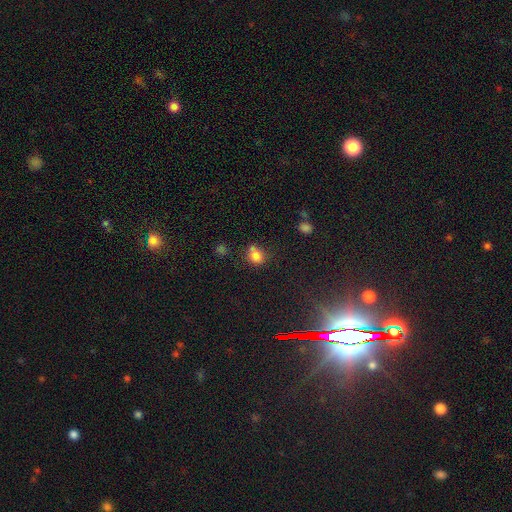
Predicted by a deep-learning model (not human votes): Smooth or featured? Predicted: smooth (p=0.79). How rounded? Predicted: round (p=0.56). Merging? Predicted: none (p=0.49).